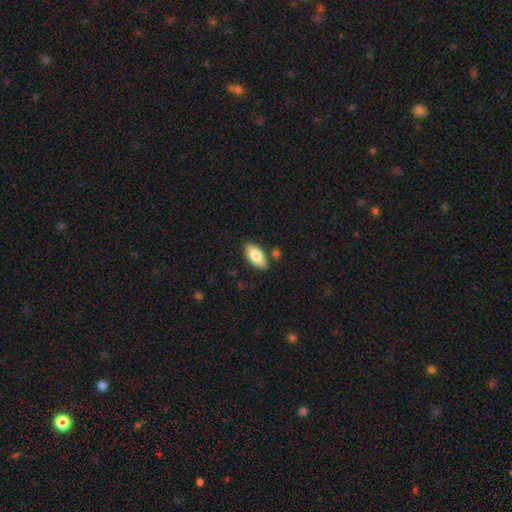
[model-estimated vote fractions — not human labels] Overall: smooth (78%). How rounded: in between (88%). Merging: none (82%).